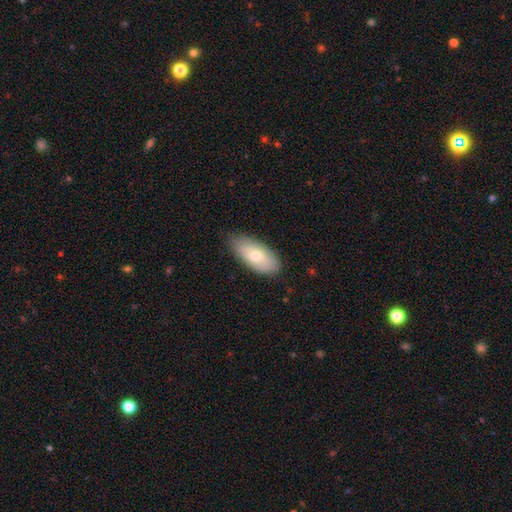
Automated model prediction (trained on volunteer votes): Q: Smooth or featured?
A: smooth (71%); runner-up: featured or disk (22%)
Q: How rounded?
A: in between (89%); runner-up: cigar-shaped (9%)
Q: Merging?
A: none (81%); runner-up: minor disturbance (15%)